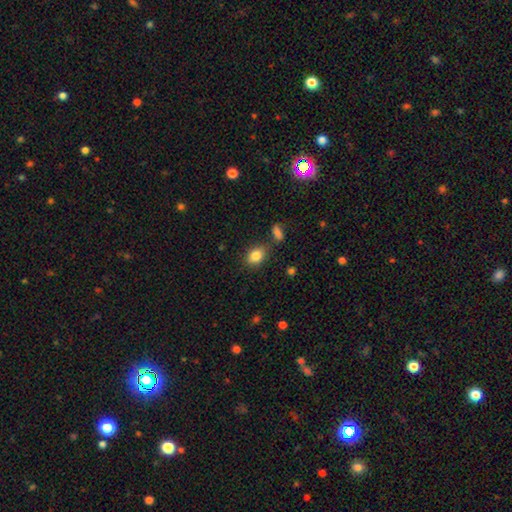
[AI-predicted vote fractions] The model was most divided on "how rounded": in between: 67%, round: 31%, cigar-shaped: 1%. More confident: smooth or featured — smooth (84%); merging — none (76%).